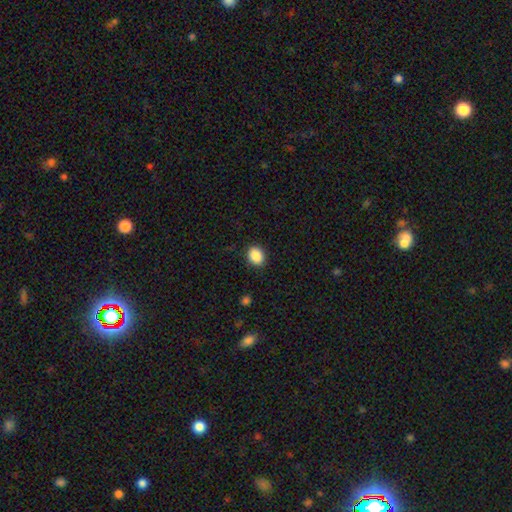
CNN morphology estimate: The model was most divided on "how rounded": in between: 51%, round: 48%, cigar-shaped: 1%. More confident: merging — none (89%); smooth or featured — smooth (89%).